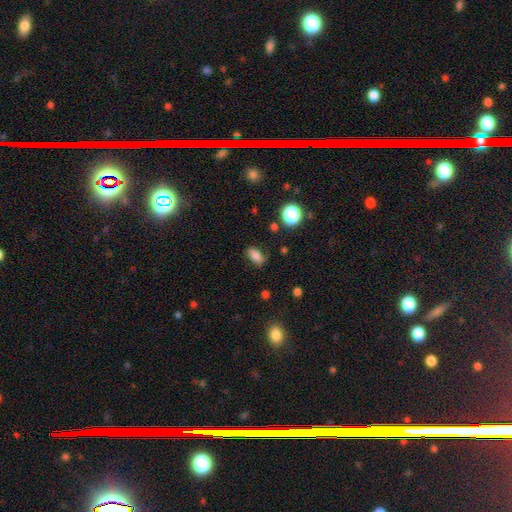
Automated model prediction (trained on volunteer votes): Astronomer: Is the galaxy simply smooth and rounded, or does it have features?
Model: smooth — 75%.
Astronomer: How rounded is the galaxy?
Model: in between — 83%.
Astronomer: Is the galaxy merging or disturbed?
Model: none — 75%.